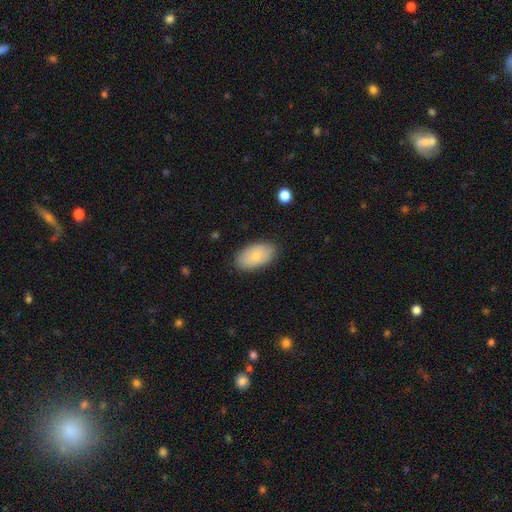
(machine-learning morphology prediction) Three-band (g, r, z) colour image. It shows a smooth galaxy with no disk features (80%) that is in between round and cigar-shaped (95%). Merging: none (85%).